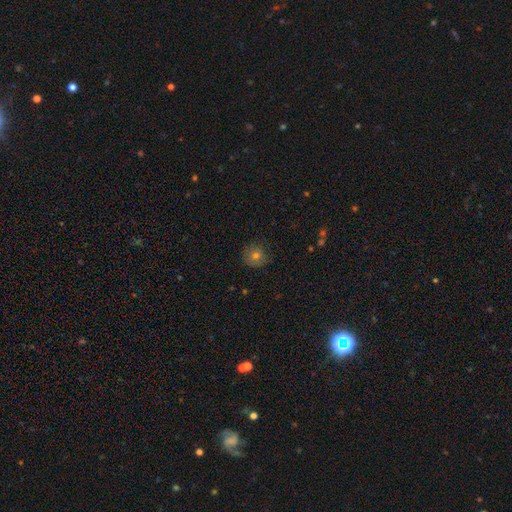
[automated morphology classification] type=smooth (69%); roundness=round (92%); merging=none (81%).